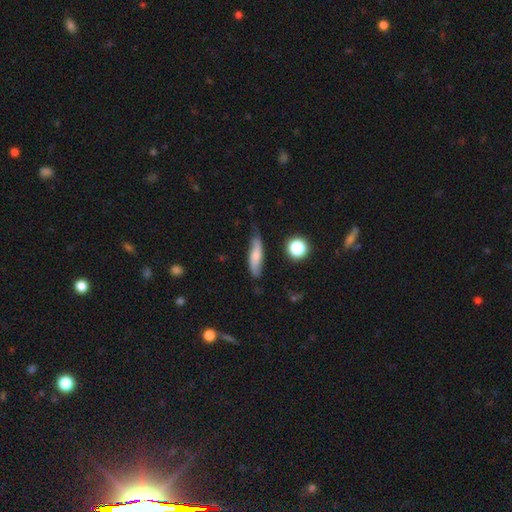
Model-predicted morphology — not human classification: Smooth or featured? smooth (62%)
How rounded? cigar-shaped (61%)
Merging? none (64%)